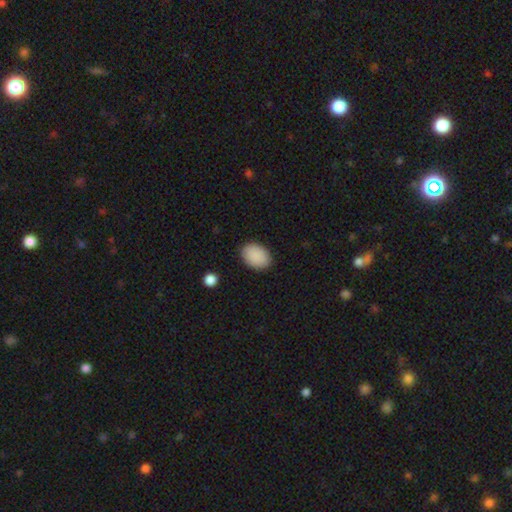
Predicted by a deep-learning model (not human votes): A smooth galaxy with no disk features (90%) that is in between round and cigar-shaped (80%).

Vote fractions:
- Smooth or featured? smooth: 90% / star or artifact: 7% / featured or disk: 3%
- How rounded? in between: 80% / round: 19% / cigar-shaped: 1%
- Merging? none: 88% / minor disturbance: 9% / major disturbance: 2% / merger: 1%